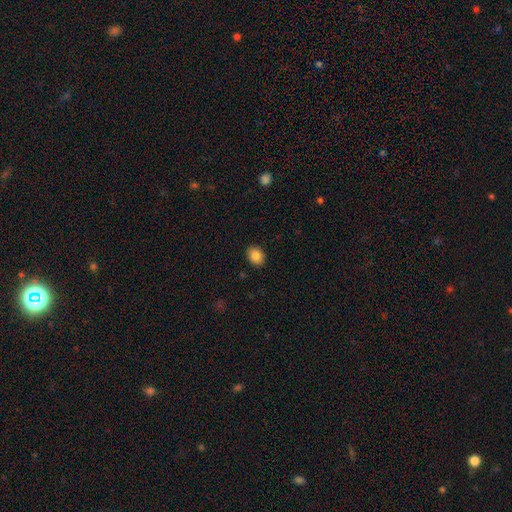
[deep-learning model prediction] Morphology: type=smooth (86%); roundness=in between (52%); merging=none (90%).